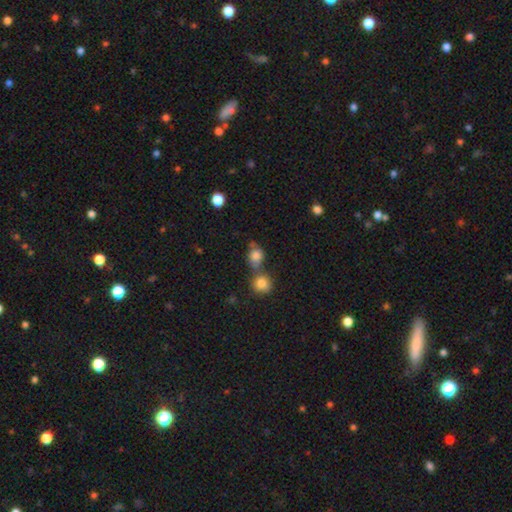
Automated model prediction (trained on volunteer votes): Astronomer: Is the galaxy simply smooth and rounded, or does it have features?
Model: smooth — 81%.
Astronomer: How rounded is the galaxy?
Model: round — 73%.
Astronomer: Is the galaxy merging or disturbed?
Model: none — 47% (runner-up: merger, 38%).